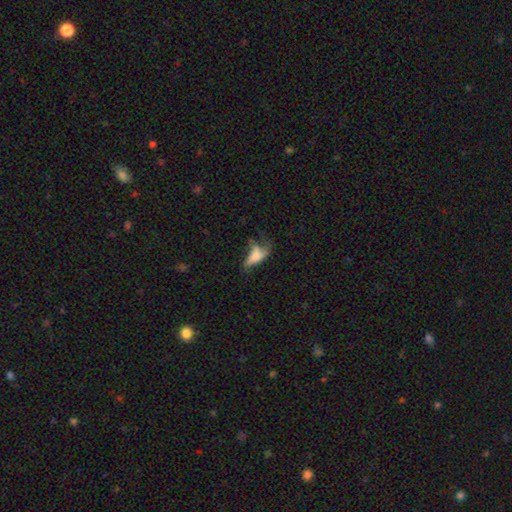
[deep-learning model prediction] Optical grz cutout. It shows a smooth galaxy with no disk features (53%) that is in between round and cigar-shaped (71%). Merging: major disturbance (40%).